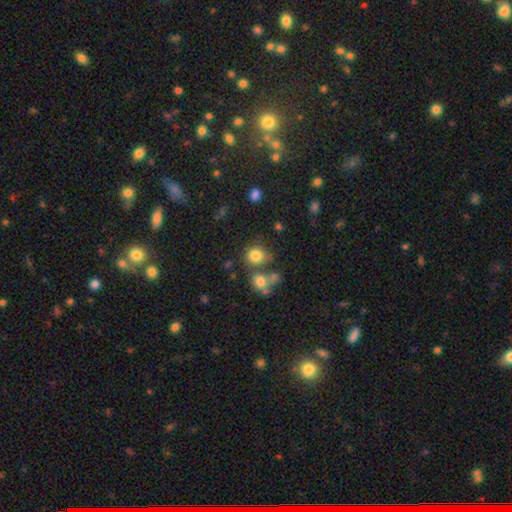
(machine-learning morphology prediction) A smooth galaxy with no disk features (80%) that is round (79%). Merging: none (57%).